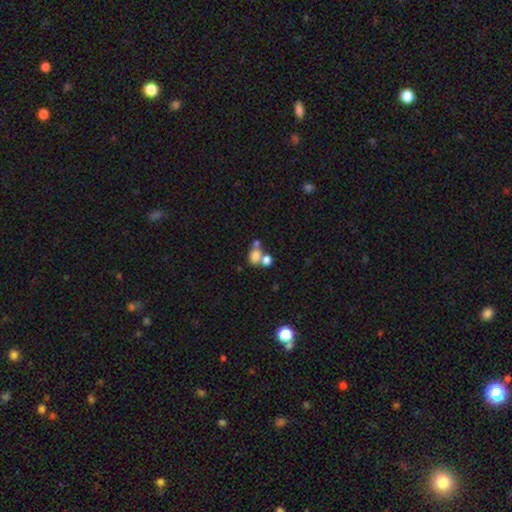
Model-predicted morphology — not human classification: Smooth or featured? Predicted: smooth (p=0.74). How rounded? Predicted: in between (p=0.56). Merging? Predicted: merger (p=0.54).